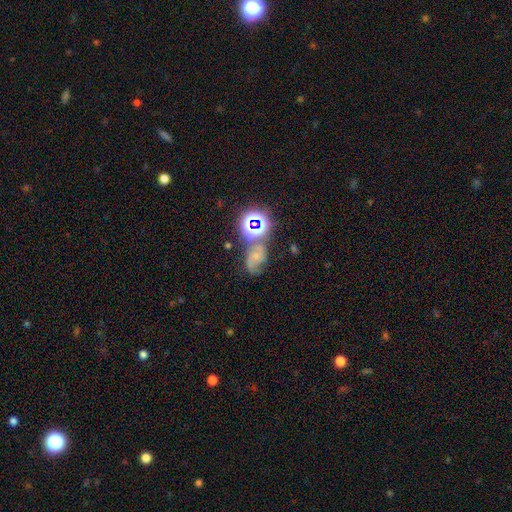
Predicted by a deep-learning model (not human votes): This appears to be a featured or disk galaxy (43%). Merging: none (43%).